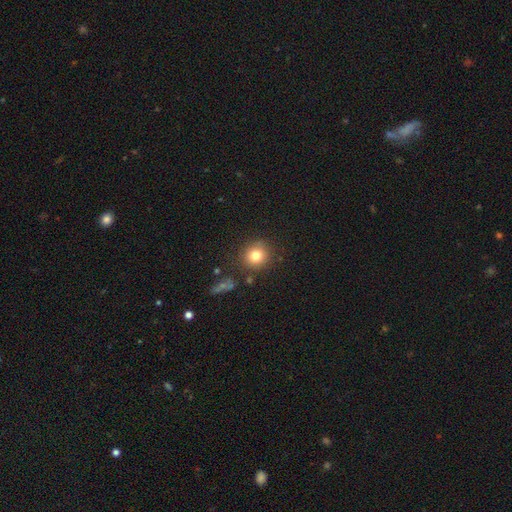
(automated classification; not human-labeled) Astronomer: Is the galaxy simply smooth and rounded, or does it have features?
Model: smooth — 79%.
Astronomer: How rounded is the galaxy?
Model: round — 88%.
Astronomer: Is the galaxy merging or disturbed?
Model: none — 84%.